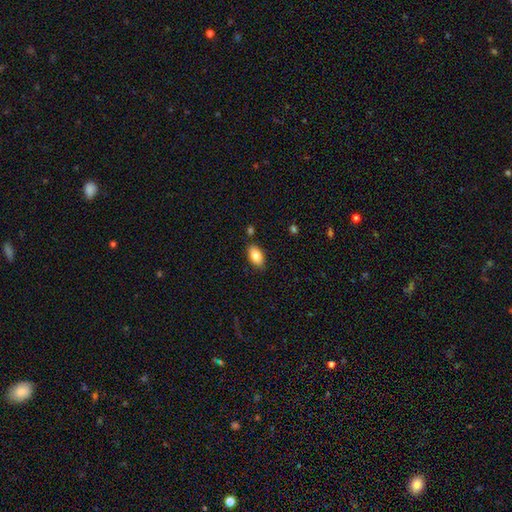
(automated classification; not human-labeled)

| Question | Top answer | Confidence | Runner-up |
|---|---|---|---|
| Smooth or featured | smooth | 85% | featured or disk (8%) |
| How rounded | in between | 93% | round (5%) |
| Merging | none | 84% | minor disturbance (11%) |